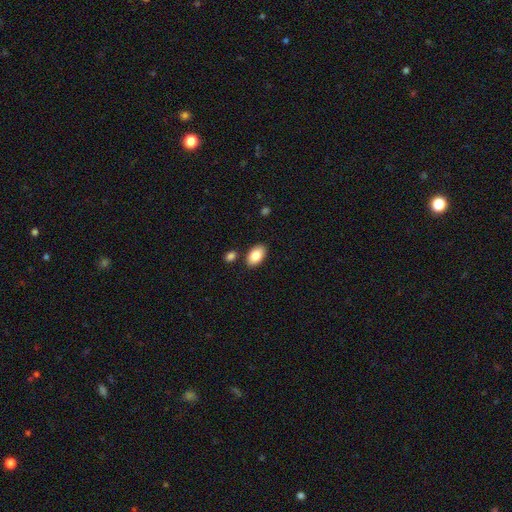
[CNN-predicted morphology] Q: Smooth or featured?
A: smooth (86%); runner-up: featured or disk (7%)
Q: How rounded?
A: in between (93%); runner-up: round (6%)
Q: Merging?
A: none (84%); runner-up: minor disturbance (9%)